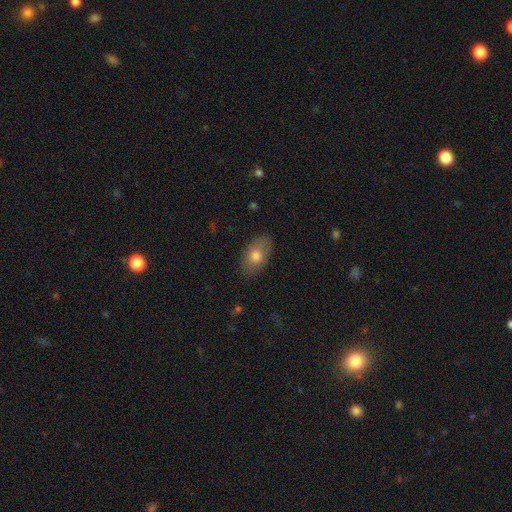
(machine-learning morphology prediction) Smooth or featured: smooth — 75% (featured or disk — 17%)
How rounded: in between — 91% (round — 8%)
Merging: none — 85% (minor disturbance — 11%)